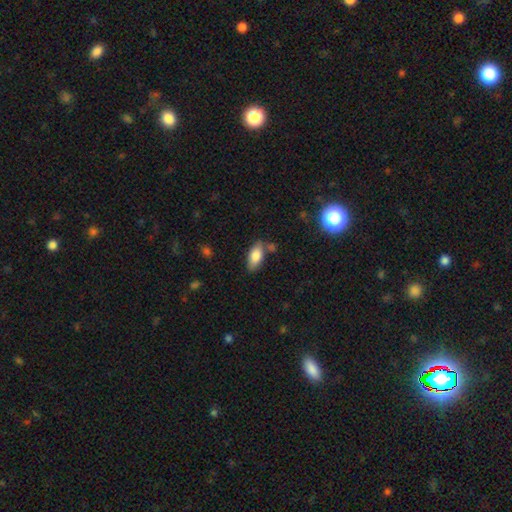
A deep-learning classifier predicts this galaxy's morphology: This appears to be a smooth galaxy with no disk features (82%) that is in between round and cigar-shaped (88%). Merging: none (70%).